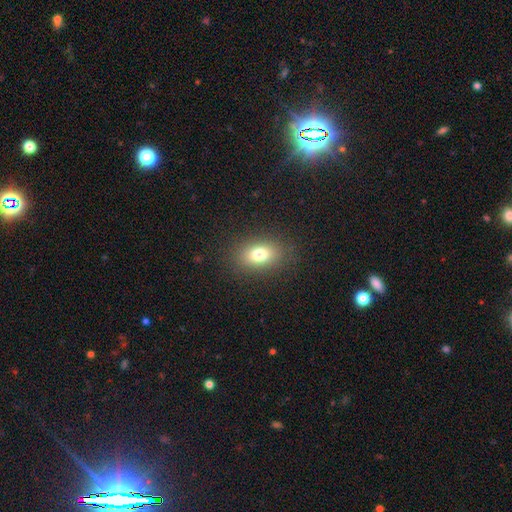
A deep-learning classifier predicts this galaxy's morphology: Smooth or featured? Predicted: smooth (p=0.77). How rounded? Predicted: in between (p=0.81). Merging? Predicted: none (p=0.88).